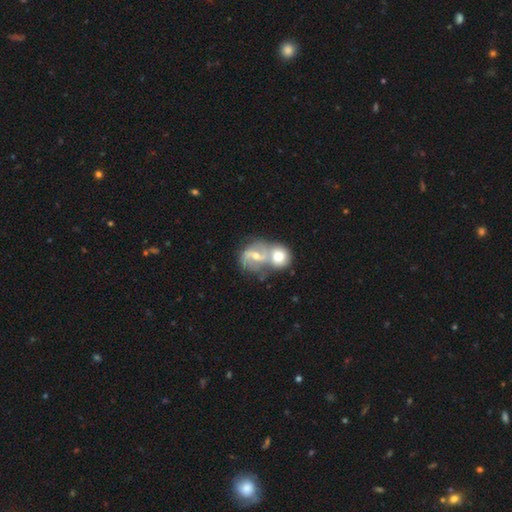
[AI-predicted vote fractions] Smooth or featured?
  - featured or disk: 71% *
  - smooth: 22%
  - star or artifact: 7%
Edge-on disk?
  - no: 97% *
  - yes: 3%
Bar?
  - weak: 48% *
  - no: 28%
  - strong: 24%
Spiral arms?
  - yes: 87% *
  - no: 13%
Spiral winding?
  - medium: 50% *
  - loose: 33%
  - tight: 17%
Spiral arm count?
  - 2: 83% *
  - can't tell: 8%
  - 1: 4%
  - 3: 3%
  - 4: 1%
  - more than 4: 1%
Bulge size?
  - moderate: 62% *
  - small: 31%
  - large: 4%
  - none: 2%
  - dominant: 1%
Merging?
  - merger: 63% *
  - none: 24%
  - minor disturbance: 8%
  - major disturbance: 5%